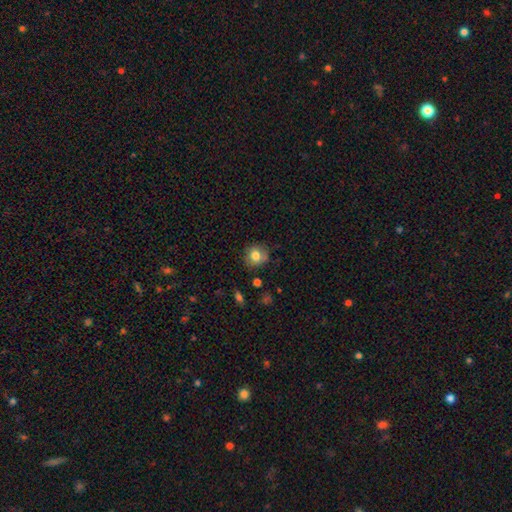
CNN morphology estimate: A smooth galaxy with no disk features (79%) that is round (83%).

Vote fractions:
- Smooth or featured? smooth: 79% / featured or disk: 11% / star or artifact: 10%
- How rounded? round: 83% / in between: 16% / cigar-shaped: 1%
- Merging? none: 80% / minor disturbance: 14% / major disturbance: 3% / merger: 2%